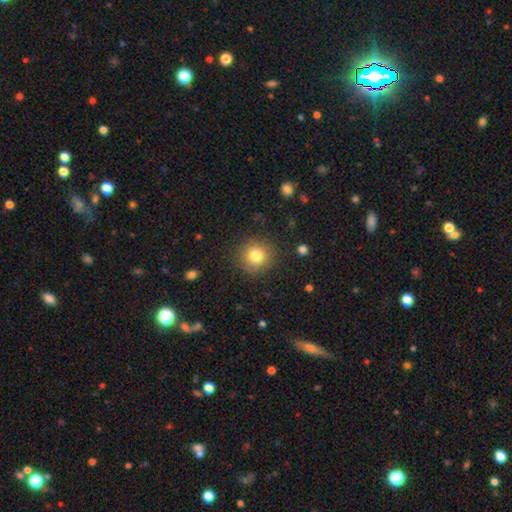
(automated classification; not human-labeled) Smooth or featured: smooth — 80% (star or artifact — 12%)
How rounded: round — 92% (in between — 7%)
Merging: none — 87% (minor disturbance — 8%)